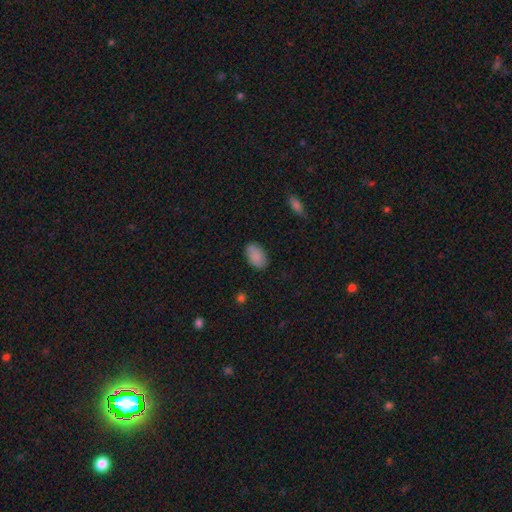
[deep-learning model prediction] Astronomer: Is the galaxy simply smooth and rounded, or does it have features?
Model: smooth — 89%.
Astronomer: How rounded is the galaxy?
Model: in between — 92%.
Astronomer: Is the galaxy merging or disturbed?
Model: none — 85%.